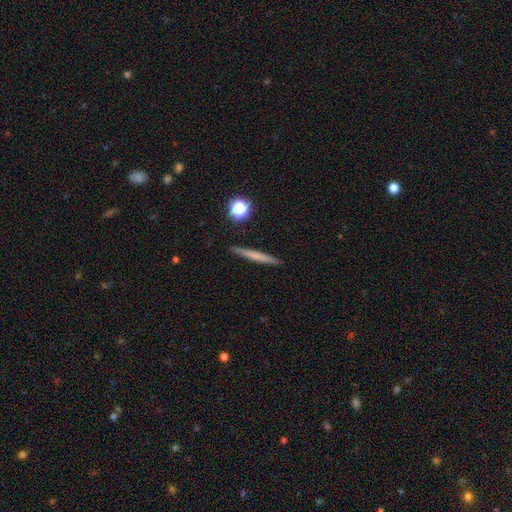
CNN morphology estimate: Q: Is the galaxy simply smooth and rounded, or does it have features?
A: smooth — 58%.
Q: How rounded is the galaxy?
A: cigar-shaped — 95%.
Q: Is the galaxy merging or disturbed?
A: none — 90%.